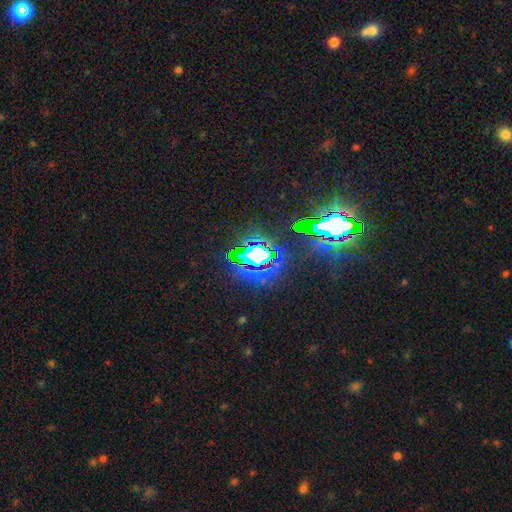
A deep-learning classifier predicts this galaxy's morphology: Overall: star or artifact (68%).